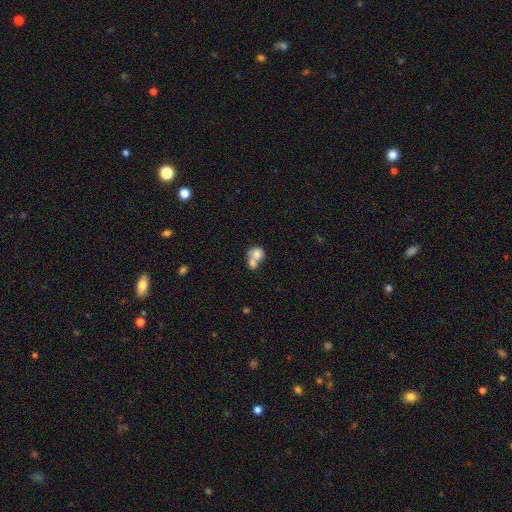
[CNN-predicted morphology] smooth 74%, featured or disk 18%, star or artifact 8%. Down the decision tree: how rounded — round (62%); merging — merger (68%).